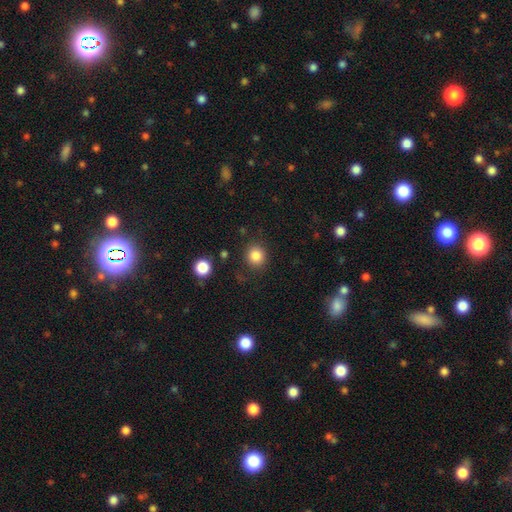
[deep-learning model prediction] Overall: smooth (84%). How rounded: round (88%). Merging: none (87%).